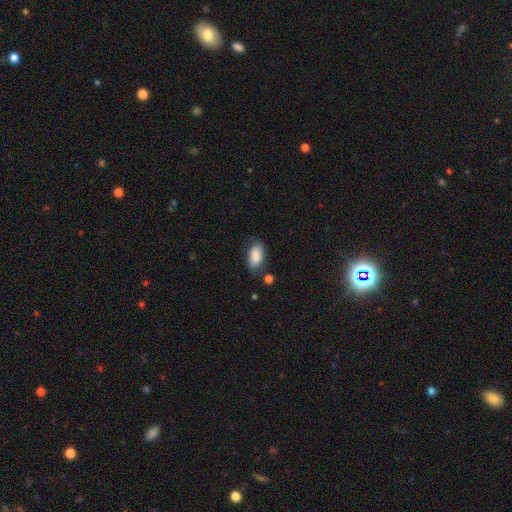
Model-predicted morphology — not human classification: smooth 86%, featured or disk 7%, star or artifact 7%. Down the decision tree: how rounded — in between (92%); merging — none (73%).